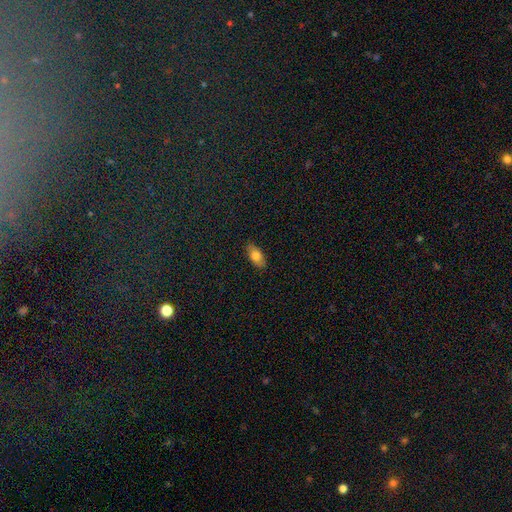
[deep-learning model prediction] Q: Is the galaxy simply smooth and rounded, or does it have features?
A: smooth — 77%.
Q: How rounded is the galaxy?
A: in between — 88%.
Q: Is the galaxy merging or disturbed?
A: none — 85%.